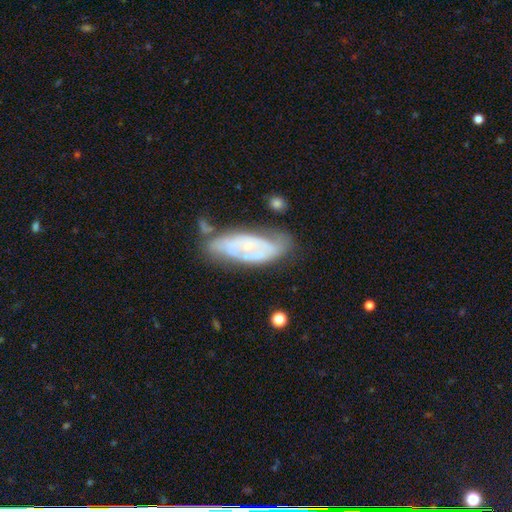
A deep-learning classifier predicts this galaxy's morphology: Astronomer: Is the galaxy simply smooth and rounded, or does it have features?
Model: featured or disk — 65%.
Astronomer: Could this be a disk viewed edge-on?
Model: no — 89%.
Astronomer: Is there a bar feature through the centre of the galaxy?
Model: no — 77%.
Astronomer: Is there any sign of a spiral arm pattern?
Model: no — 51% (runner-up: yes, 49%).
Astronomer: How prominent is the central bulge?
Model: small — 55%.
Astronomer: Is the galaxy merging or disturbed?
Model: none — 42% (runner-up: minor disturbance, 28%).